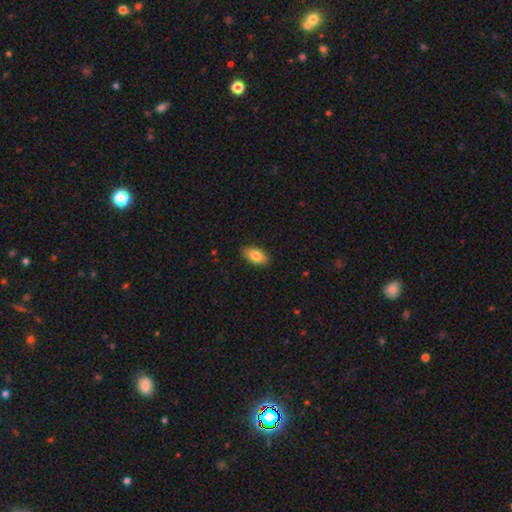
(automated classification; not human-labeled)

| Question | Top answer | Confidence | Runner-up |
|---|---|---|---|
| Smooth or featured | smooth | 83% | featured or disk (11%) |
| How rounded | in between | 91% | cigar-shaped (5%) |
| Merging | none | 88% | minor disturbance (9%) |